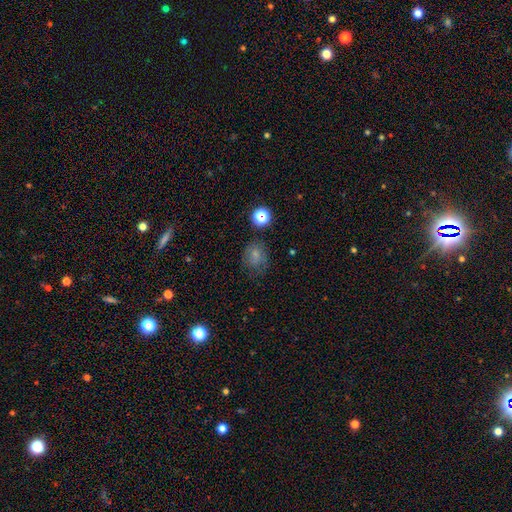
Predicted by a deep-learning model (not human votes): Smooth or featured?
  - smooth: 73% *
  - star or artifact: 16%
  - featured or disk: 11%
How rounded?
  - round: 62% *
  - in between: 37%
  - cigar-shaped: 1%
Merging?
  - none: 63% *
  - minor disturbance: 23%
  - major disturbance: 11%
  - merger: 4%